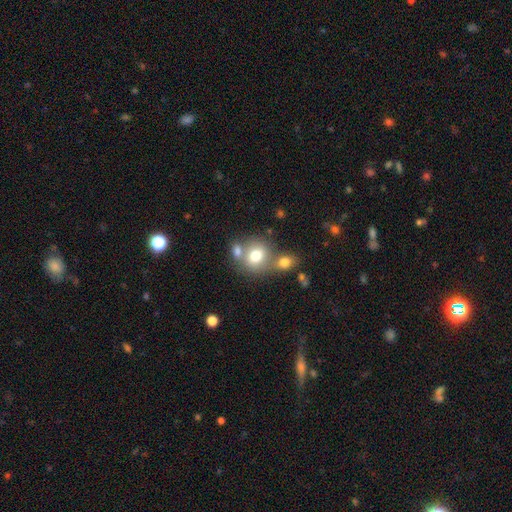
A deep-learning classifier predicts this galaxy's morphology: Smooth or featured: smooth — 74% (featured or disk — 15%)
How rounded: round — 70% (in between — 29%)
Merging: none — 43% (merger — 41%)